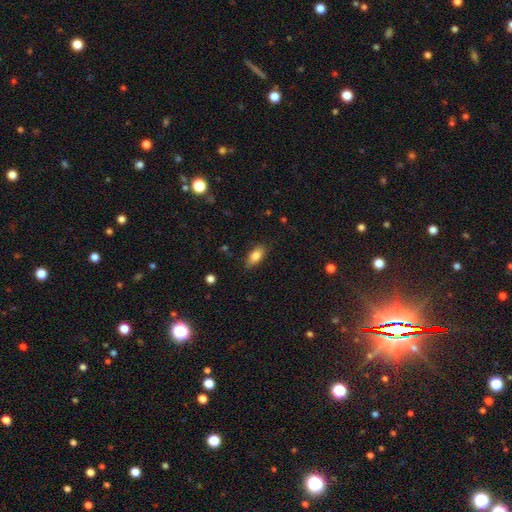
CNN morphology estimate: smooth-or-featured: smooth: 82% | featured or disk: 10% | star or artifact: 8%
  how-rounded: in between: 87% | cigar-shaped: 10% | round: 3%
  merging: none: 82% | minor disturbance: 14% | major disturbance: 3% | merger: 1%